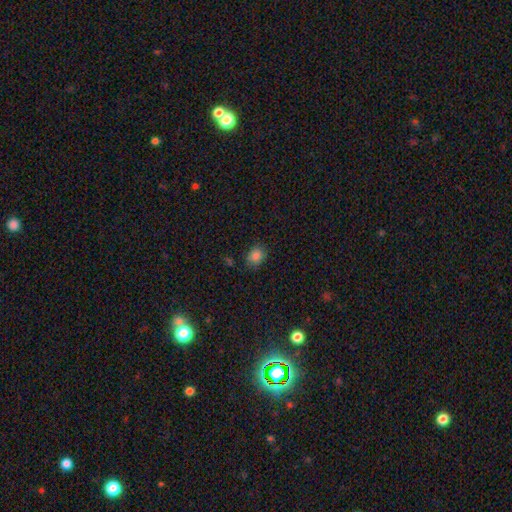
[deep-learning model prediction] This is clearly a smooth galaxy (83%). How rounded: possibly in between (51%). Merging: likely none (78%).